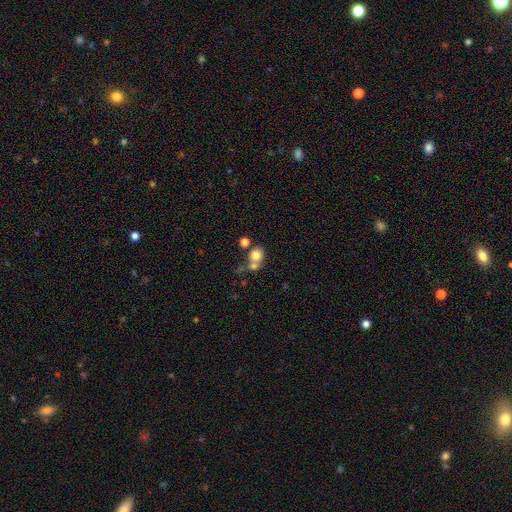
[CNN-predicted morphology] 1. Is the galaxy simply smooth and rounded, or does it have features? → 76% smooth, 12% star or artifact, 11% featured or disk.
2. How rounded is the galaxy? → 77% round, 22% in between, 1% cigar-shaped.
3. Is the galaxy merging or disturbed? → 45% none, 41% merger, 9% minor disturbance, 5% major disturbance.